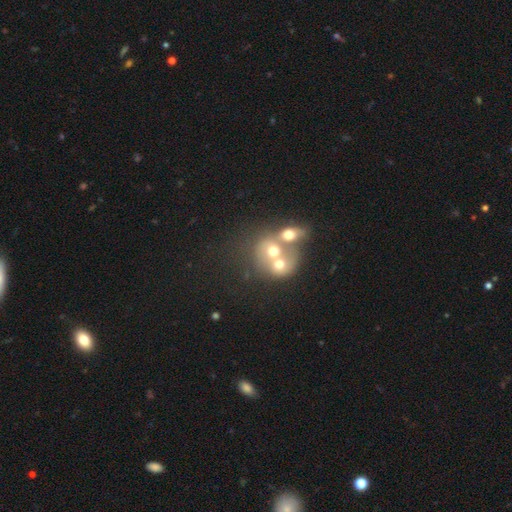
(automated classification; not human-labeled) The model was most divided on "smooth or featured": smooth: 41%, star or artifact: 38%, featured or disk: 21%. Remaining: merging — merger (48%).